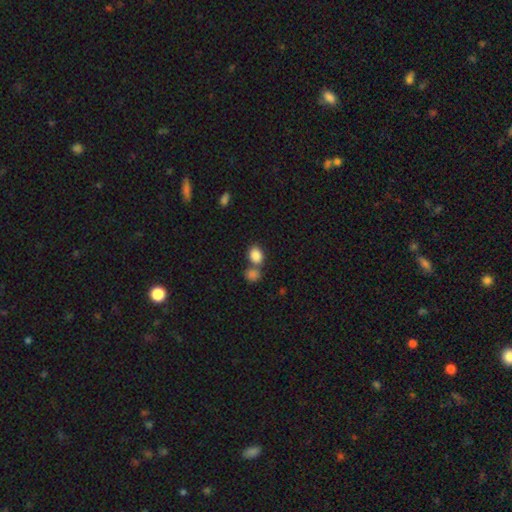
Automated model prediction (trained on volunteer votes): Q: Smooth or featured?
A: smooth (86%); runner-up: star or artifact (9%)
Q: How rounded?
A: in between (61%); runner-up: round (38%)
Q: Merging?
A: none (48%); runner-up: merger (39%)